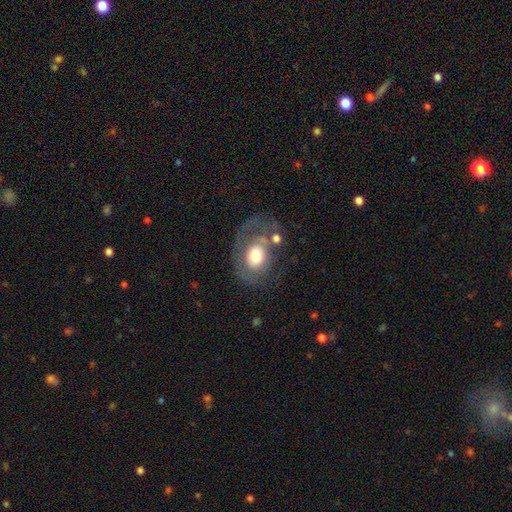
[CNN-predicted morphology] featured or disk 47%, smooth 45%, star or artifact 8%. Down the decision tree: merging — none (42%).